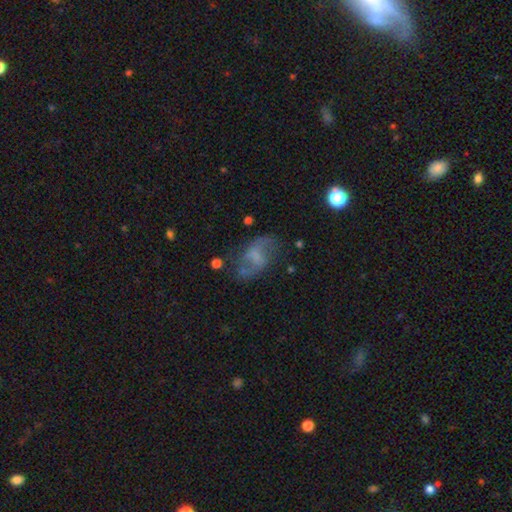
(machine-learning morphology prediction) Smooth or featured?
  - featured or disk: 56% *
  - smooth: 32%
  - star or artifact: 12%
Edge-on disk?
  - no: 96% *
  - yes: 4%
Bar?
  - weak: 42% *
  - no: 40%
  - strong: 18%
Spiral arms?
  - yes: 68% *
  - no: 32%
Bulge size?
  - none: 56% *
  - small: 22%
  - moderate: 15%
  - large: 6%
  - dominant: 2%
Merging?
  - none: 54% *
  - minor disturbance: 22%
  - major disturbance: 19%
  - merger: 5%